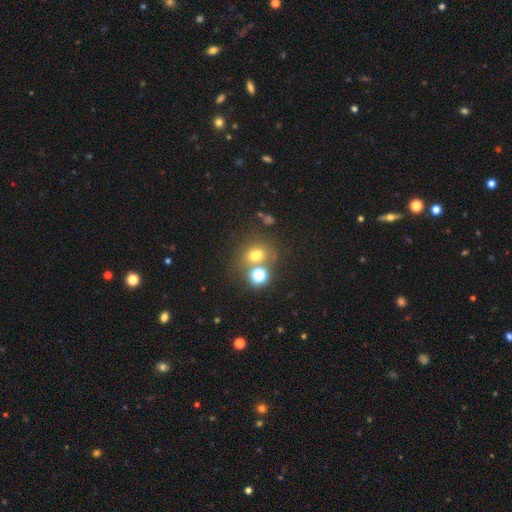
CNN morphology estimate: Q: Smooth or featured?
A: smooth (63%); runner-up: star or artifact (24%)
Q: How rounded?
A: round (73%); runner-up: in between (26%)
Q: Merging?
A: none (57%); runner-up: merger (26%)